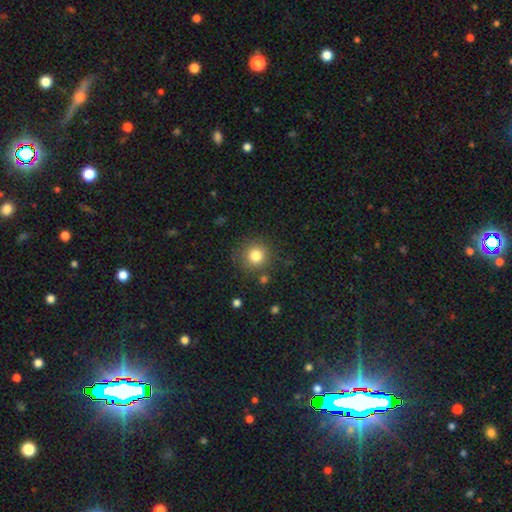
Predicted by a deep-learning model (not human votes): Smooth or featured? Predicted: smooth (p=0.81). How rounded? Predicted: round (p=0.92). Merging? Predicted: none (p=0.84).